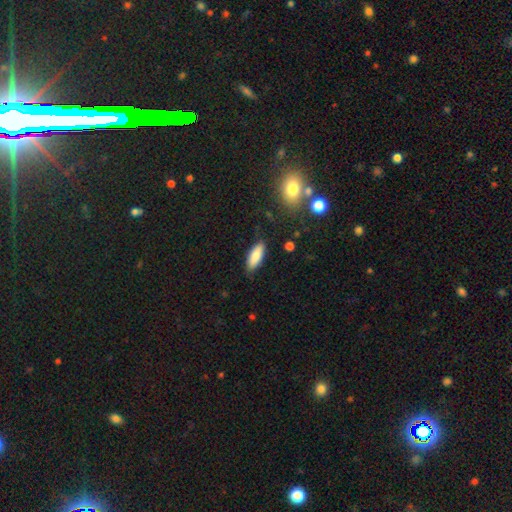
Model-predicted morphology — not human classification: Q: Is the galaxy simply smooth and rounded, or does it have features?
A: smooth — 84%.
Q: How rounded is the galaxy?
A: in between — 67%.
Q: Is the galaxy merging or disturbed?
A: none — 84%.